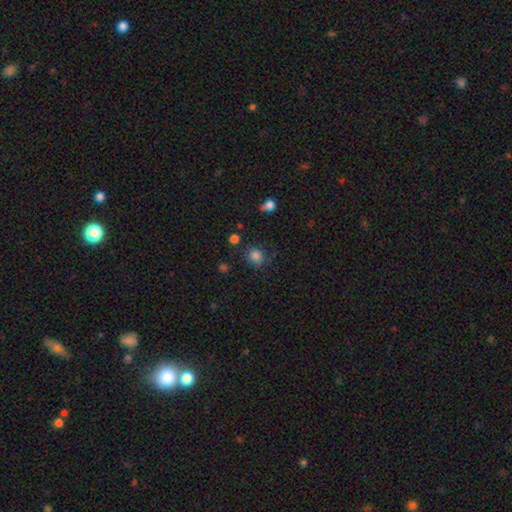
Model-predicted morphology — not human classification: This appears to be a smooth galaxy with no disk features (82%) that is round (84%). Merging: none (77%).